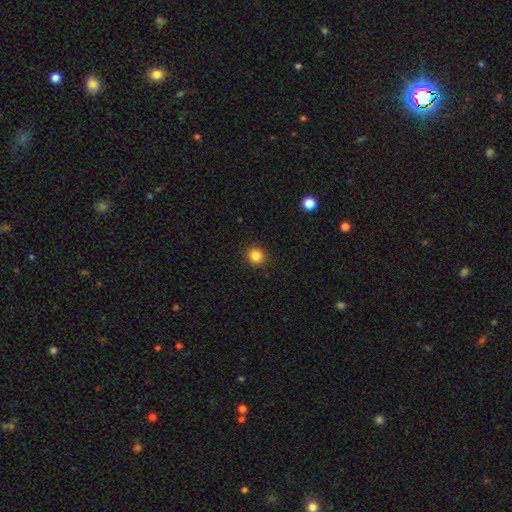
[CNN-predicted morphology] Smooth or featured?
  - smooth: 85% *
  - star or artifact: 11%
  - featured or disk: 4%
How rounded?
  - round: 89% *
  - in between: 10%
  - cigar-shaped: 1%
Merging?
  - none: 91% *
  - minor disturbance: 6%
  - major disturbance: 2%
  - merger: 1%